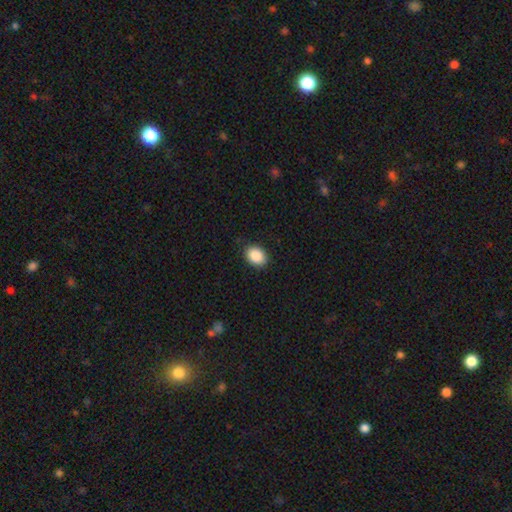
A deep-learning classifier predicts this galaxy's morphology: Smooth or featured? Predicted: smooth (p=0.89). How rounded? Predicted: in between (p=0.72). Merging? Predicted: none (p=0.87).